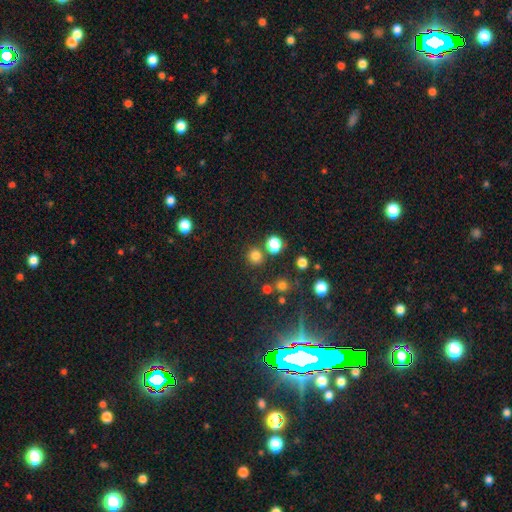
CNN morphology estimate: A smooth galaxy with no disk features (78%) that is round (92%).

Vote fractions:
- Smooth or featured? smooth: 78% / star or artifact: 18% / featured or disk: 5%
- How rounded? round: 92% / in between: 7% / cigar-shaped: 1%
- Merging? none: 81% / merger: 9% / minor disturbance: 7% / major disturbance: 3%